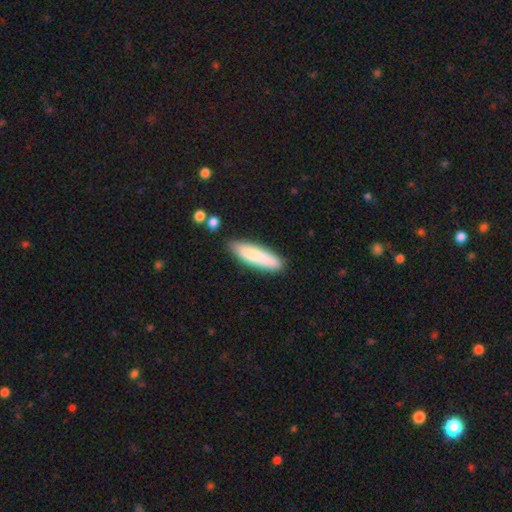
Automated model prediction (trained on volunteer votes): Overall: smooth (81%). How rounded: cigar-shaped (69%). Merging: none (84%).